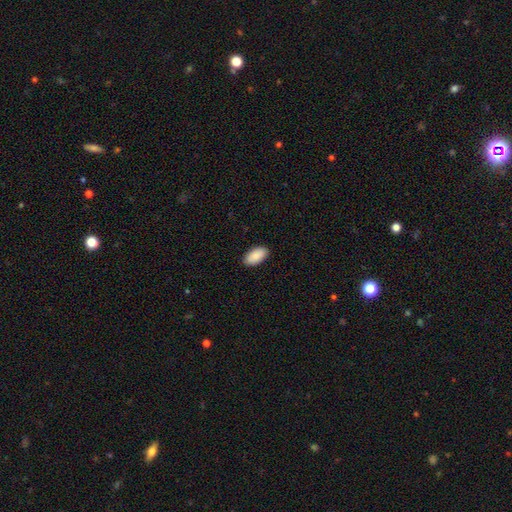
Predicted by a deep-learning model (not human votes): The model was most divided on "merging": none: 90%, minor disturbance: 7%, major disturbance: 2%, merger: 1%. More confident: how rounded — in between (95%); smooth or featured — smooth (90%).